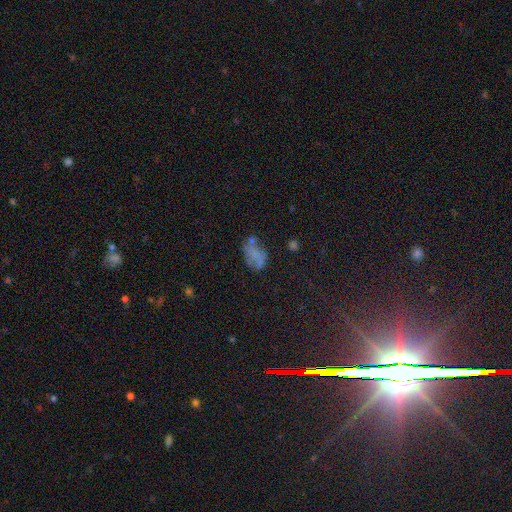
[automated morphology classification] Smooth or featured? Predicted: smooth (p=0.53). How rounded? Predicted: in between (p=0.82). Merging? Predicted: none (p=0.40).